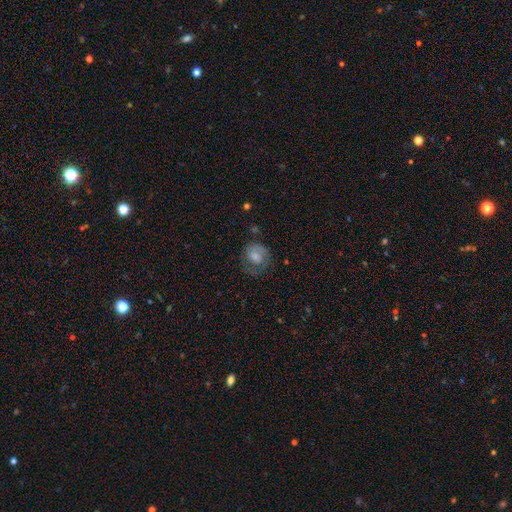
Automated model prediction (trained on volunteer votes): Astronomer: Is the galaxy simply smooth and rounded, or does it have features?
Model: smooth — 53% (runner-up: featured or disk, 38%).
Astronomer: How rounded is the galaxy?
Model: round — 70%.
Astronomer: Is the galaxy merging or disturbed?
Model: none — 55%.